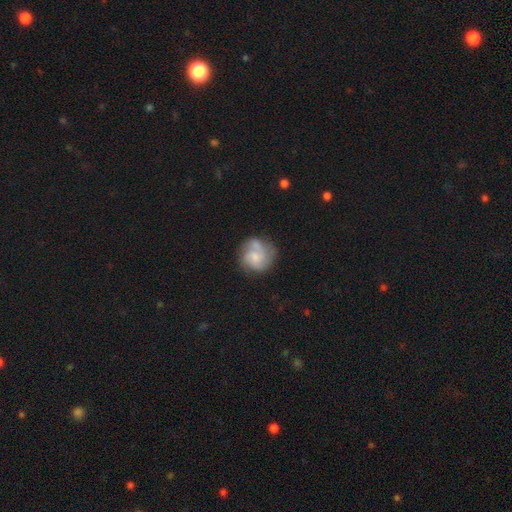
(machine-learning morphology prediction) type=featured or disk (52%); edge-on=no (98%); bar=no (71%); spiral arms=yes (80%); bulge=small (41%); merging=none (57%).